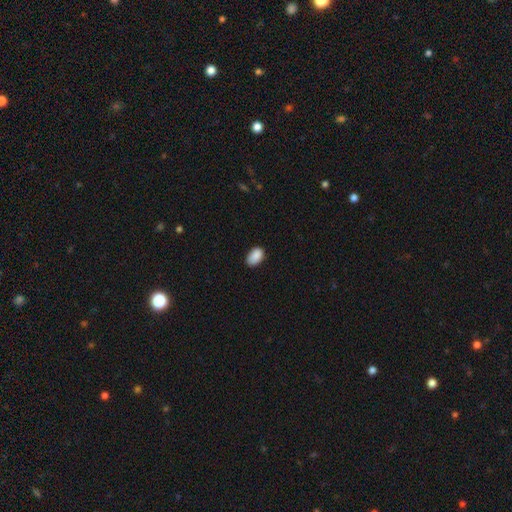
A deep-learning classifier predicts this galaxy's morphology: smooth 89%, star or artifact 8%, featured or disk 3%. Down the decision tree: how rounded — in between (89%); merging — none (78%).